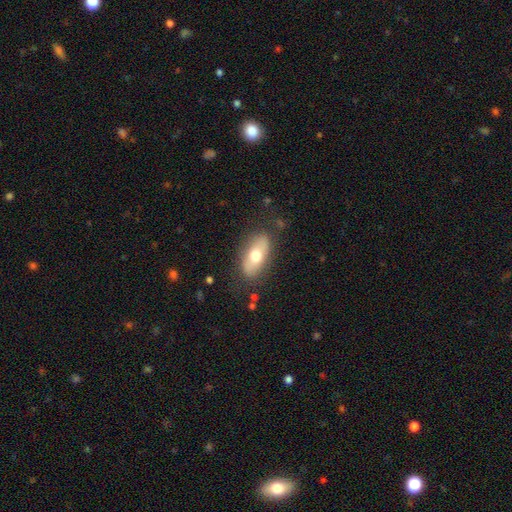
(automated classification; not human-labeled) A smooth galaxy with no disk features (63%) that is in between round and cigar-shaped (87%). Merging: none (80%).